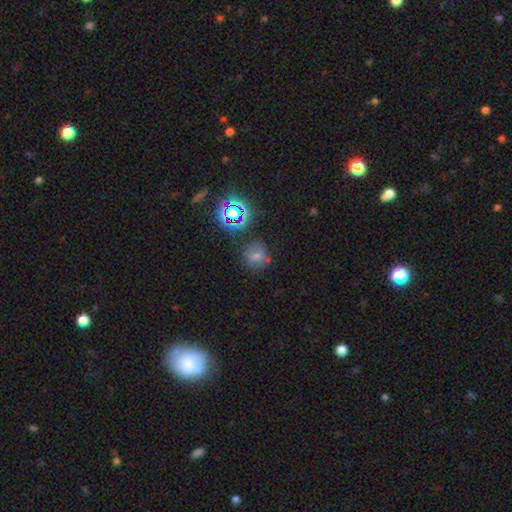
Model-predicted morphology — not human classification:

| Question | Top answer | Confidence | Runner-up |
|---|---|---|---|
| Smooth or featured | smooth | 43% | star or artifact (40%) |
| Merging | none | 77% | minor disturbance (13%) |